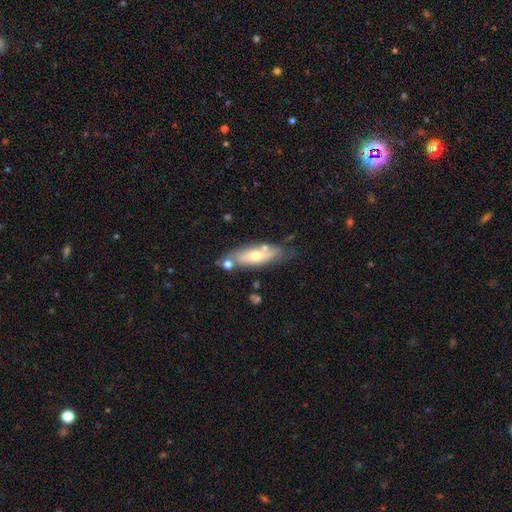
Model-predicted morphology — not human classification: smooth 47% (tied), featured or disk 47% (tied), star or artifact 7%. Down the decision tree: merging — none (63%).